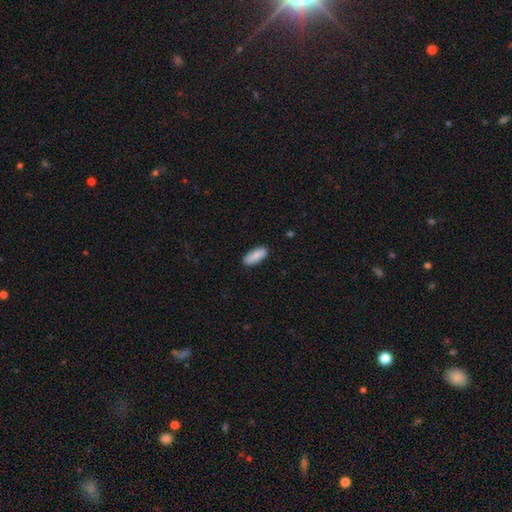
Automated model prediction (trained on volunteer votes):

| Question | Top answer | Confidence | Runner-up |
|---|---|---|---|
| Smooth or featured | smooth | 82% | featured or disk (12%) |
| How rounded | in between | 80% | cigar-shaped (18%) |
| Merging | none | 87% | minor disturbance (10%) |